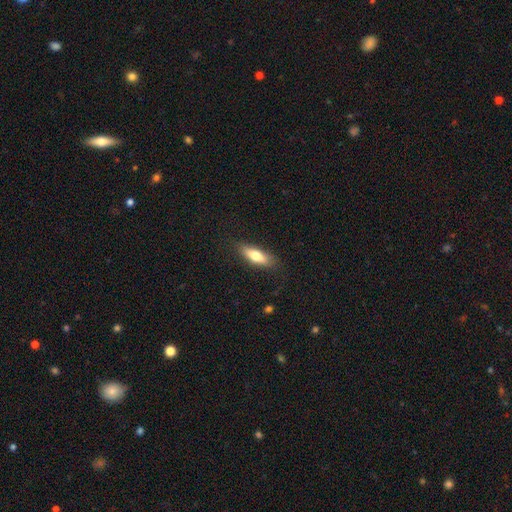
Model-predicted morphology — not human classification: Smooth or featured? smooth (70%)
How rounded? in between (54%)
Merging? none (85%)